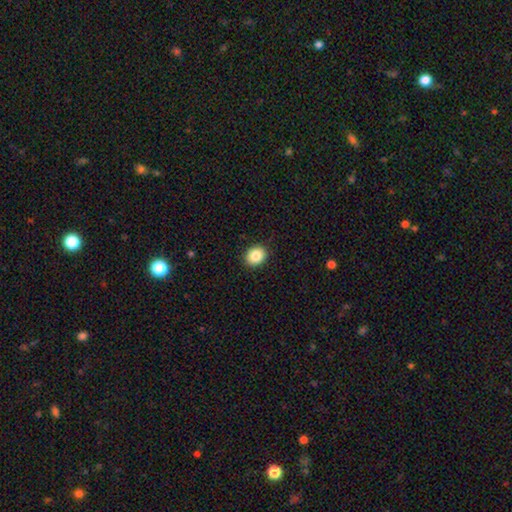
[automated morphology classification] Q: Smooth or featured?
A: smooth (86%); runner-up: star or artifact (9%)
Q: How rounded?
A: round (58%); runner-up: in between (41%)
Q: Merging?
A: none (90%); runner-up: minor disturbance (7%)